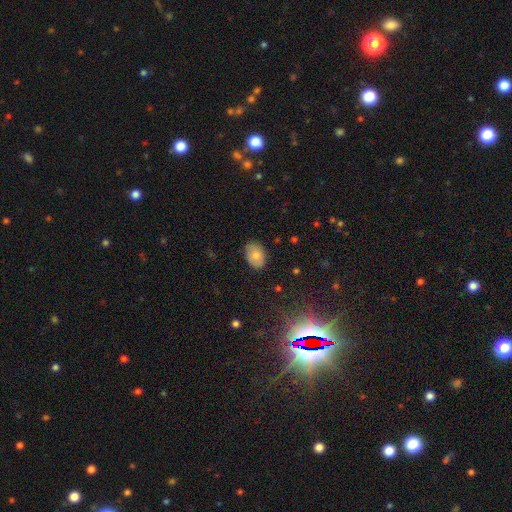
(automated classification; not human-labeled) Smooth or featured: smooth — 79% (featured or disk — 12%)
How rounded: in between — 79% (round — 20%)
Merging: none — 85% (minor disturbance — 12%)